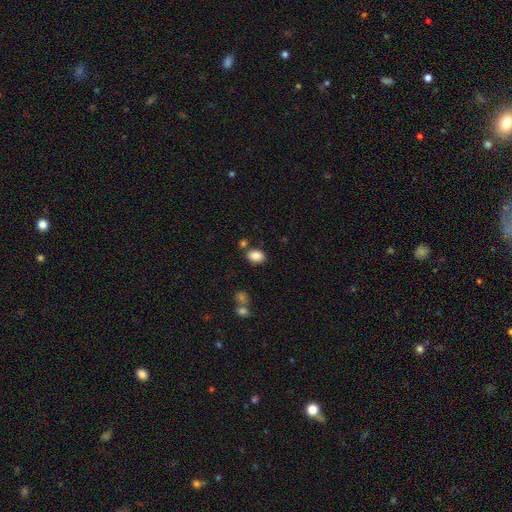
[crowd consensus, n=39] Smooth or featured: smooth — 90% (star or artifact — 8%)
How rounded: in between — 71% (round — 29%)
Merging: none — 69% (minor disturbance — 14%)